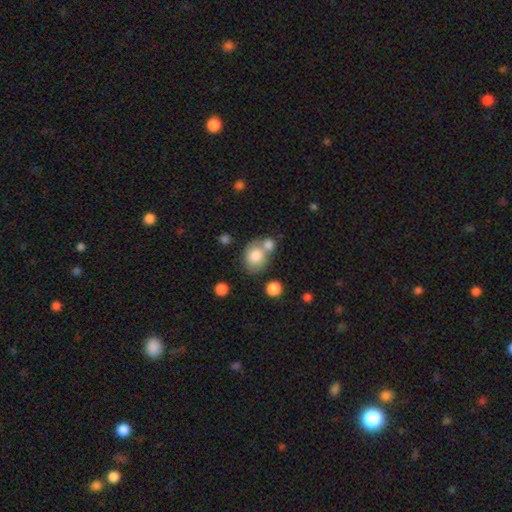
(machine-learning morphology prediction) type=smooth (79%); roundness=round (56%); merging=none (45%).